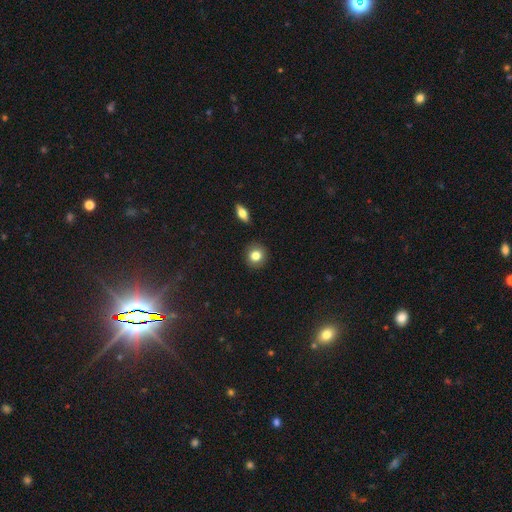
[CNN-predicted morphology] Smooth or featured? Predicted: smooth (p=0.81). How rounded? Predicted: round (p=0.86). Merging? Predicted: none (p=0.90).